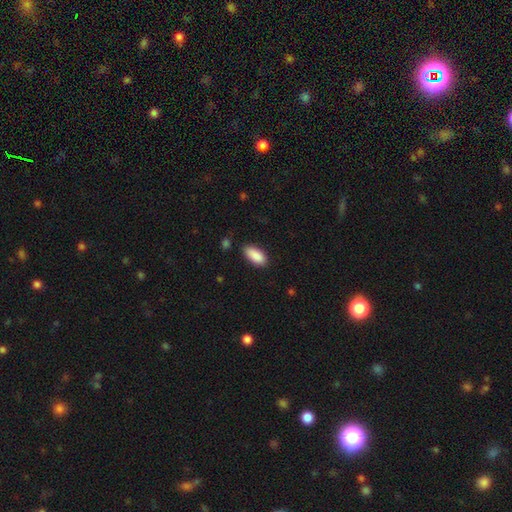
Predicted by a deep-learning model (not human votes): Smooth or featured: smooth — 90% (star or artifact — 6%)
How rounded: in between — 88% (cigar-shaped — 10%)
Merging: none — 84% (minor disturbance — 12%)